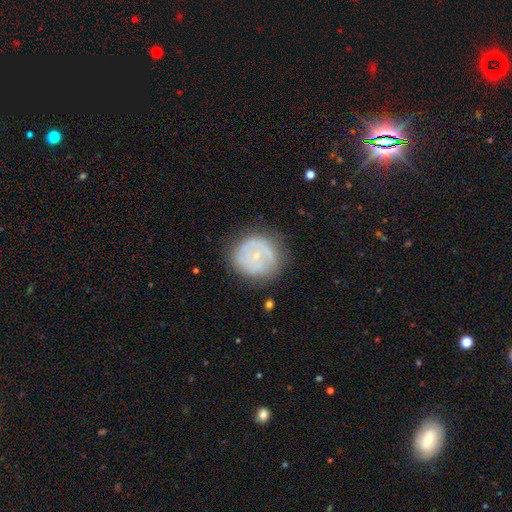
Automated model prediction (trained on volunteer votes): A featured or disk galaxy (61%) with no bar (71%), spiral arms (60%) and a small central bulge (75%).

Vote fractions:
- Smooth or featured? featured or disk: 61% / smooth: 32% / star or artifact: 7%
- Edge-on disk? no: 97% / yes: 3%
- Bar? no: 71% / weak: 24% / strong: 5%
- Spiral arms? yes: 60% / no: 40%
- Bulge size? small: 75% / moderate: 20% / none: 3% / large: 1% / dominant: 1%
- Merging? none: 71% / minor disturbance: 20% / major disturbance: 8% / merger: 2%